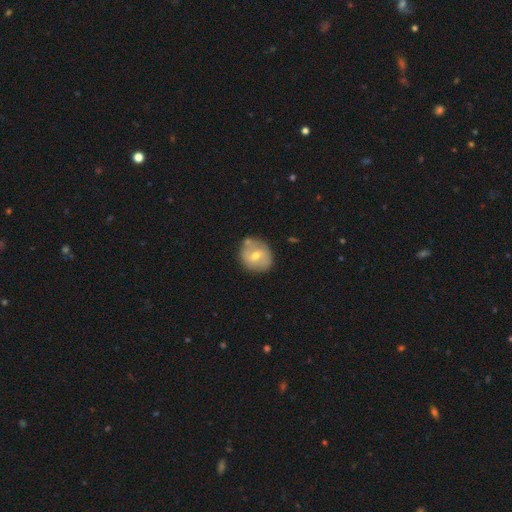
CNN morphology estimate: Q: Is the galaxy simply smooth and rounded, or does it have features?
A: smooth — 49%.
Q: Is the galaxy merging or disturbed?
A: none — 75%.